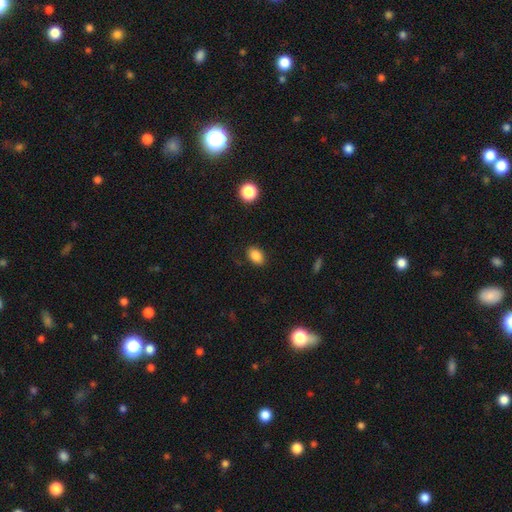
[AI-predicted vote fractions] A smooth galaxy with no disk features (86%) that is in between round and cigar-shaped (81%). Merging: none (87%).